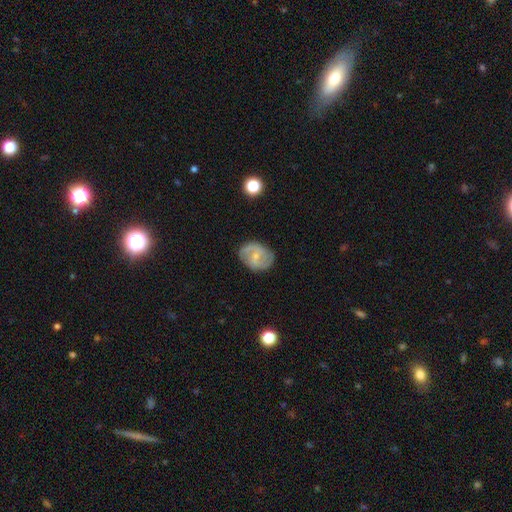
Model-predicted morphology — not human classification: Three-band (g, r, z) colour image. It shows a featured or disk galaxy (67%) with a weak bar (53%), 2 (73%) medium (46%) spiral arms (86%) and a small central bulge (65%). Merging: none (76%).